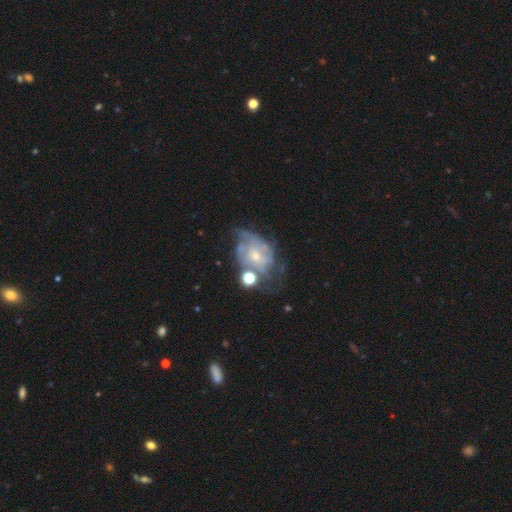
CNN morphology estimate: Q: Smooth or featured?
A: featured or disk (71%); runner-up: smooth (19%)
Q: Edge-on disk?
A: no (97%); runner-up: yes (3%)
Q: Bar?
A: no (74%); runner-up: weak (22%)
Q: Spiral arms?
A: yes (71%); runner-up: no (29%)
Q: Bulge size?
A: small (69%); runner-up: moderate (26%)
Q: Merging?
A: none (34%); runner-up: major disturbance (29%)